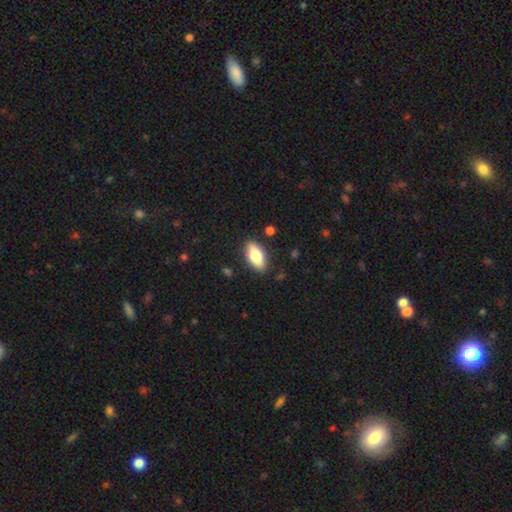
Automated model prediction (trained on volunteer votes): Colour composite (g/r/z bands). It shows a smooth galaxy with no disk features (72%) that is in between round and cigar-shaped (83%). Merging: none (87%).